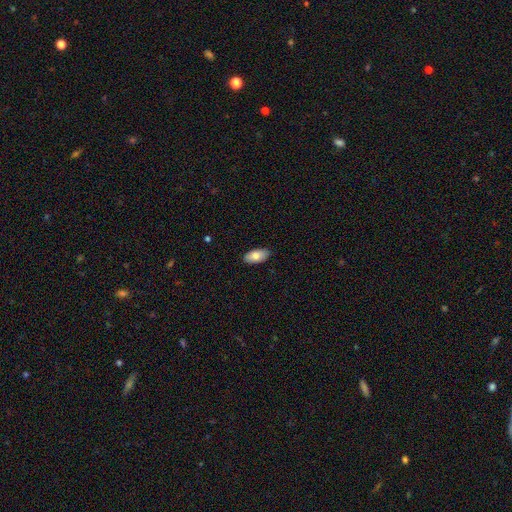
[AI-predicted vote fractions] A smooth galaxy with no disk features (80%) that is in between round and cigar-shaped (94%).

Vote fractions:
- Smooth or featured? smooth: 80% / featured or disk: 14% / star or artifact: 6%
- How rounded? in between: 94% / cigar-shaped: 3% / round: 3%
- Merging? none: 88% / minor disturbance: 9% / major disturbance: 2% / merger: 1%